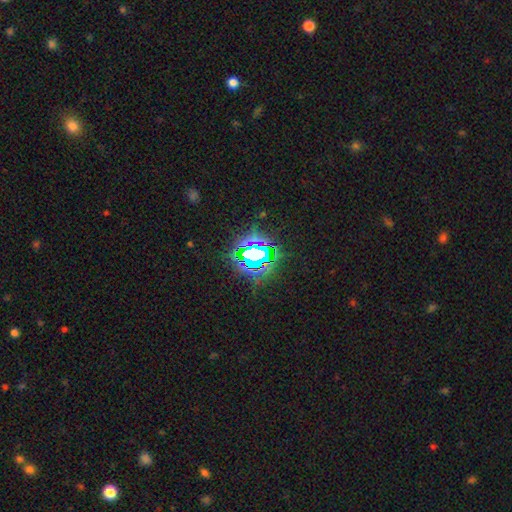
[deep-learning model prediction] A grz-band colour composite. It shows a star or artifact, not a galaxy (74%).